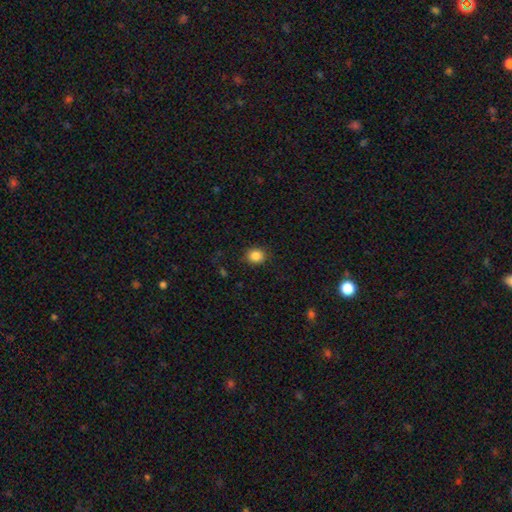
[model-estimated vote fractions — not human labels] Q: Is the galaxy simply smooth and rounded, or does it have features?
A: smooth — 86%.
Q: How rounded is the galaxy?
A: round — 77%.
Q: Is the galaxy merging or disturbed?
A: none — 87%.